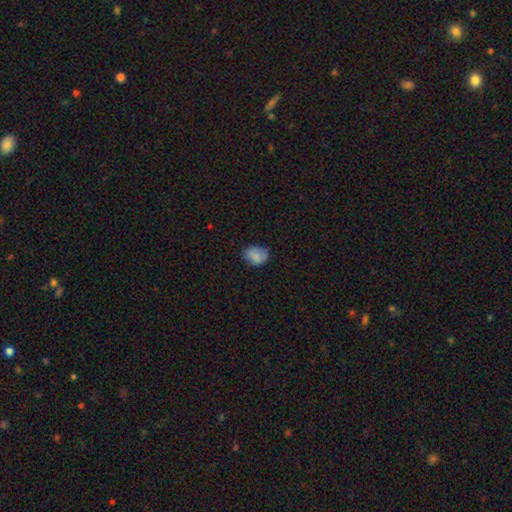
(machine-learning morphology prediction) This appears to be a smooth galaxy with no disk features (84%) that is in between round and cigar-shaped (63%). Merging: none (69%).